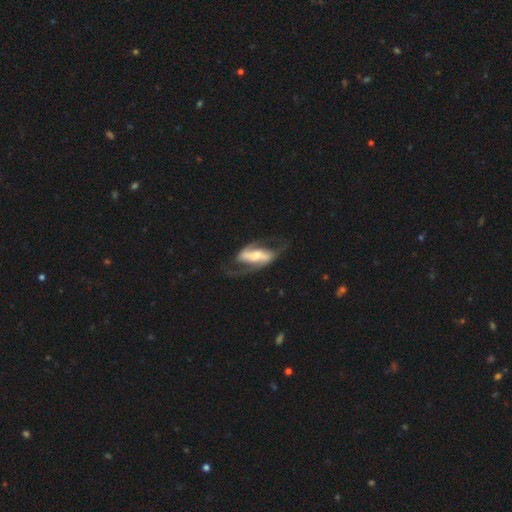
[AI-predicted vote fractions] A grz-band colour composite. It shows a featured or disk galaxy (81%) with a strong bar (55%), 2 (90%) loose (45%) spiral arms (90%) and a moderate central bulge (50%). Merging: none (64%).